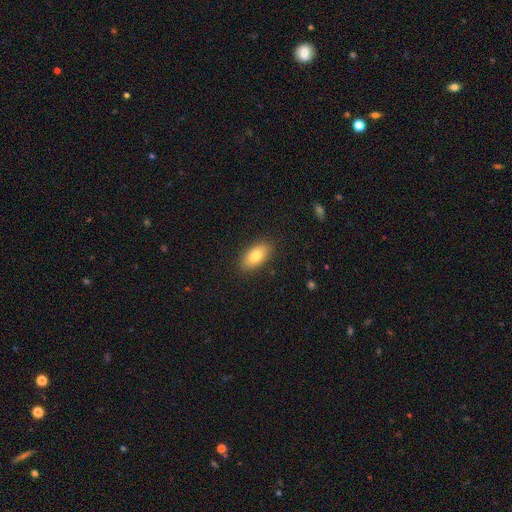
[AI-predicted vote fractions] The model was most divided on "smooth or featured": smooth: 79%, featured or disk: 13%, star or artifact: 7%. More confident: how rounded — in between (91%); merging — none (88%).